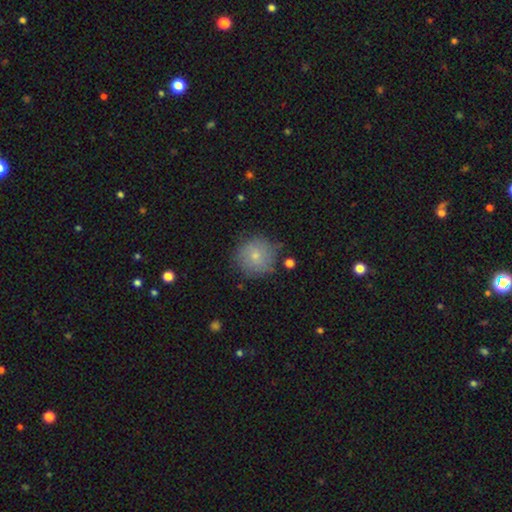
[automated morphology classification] Smooth or featured?
  - smooth: 70% *
  - featured or disk: 22%
  - star or artifact: 9%
How rounded?
  - round: 93% *
  - in between: 6%
  - cigar-shaped: 1%
Merging?
  - none: 75% *
  - minor disturbance: 17%
  - major disturbance: 5%
  - merger: 3%